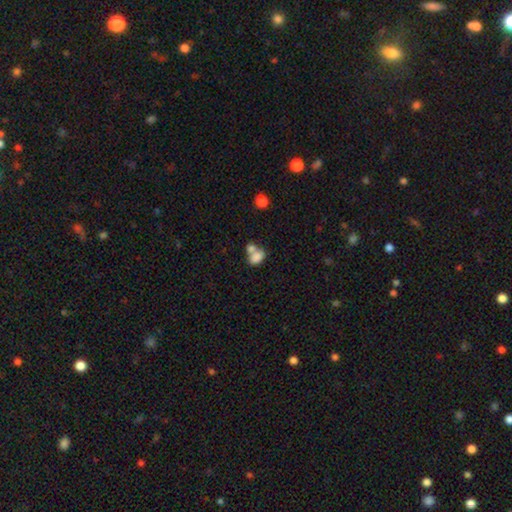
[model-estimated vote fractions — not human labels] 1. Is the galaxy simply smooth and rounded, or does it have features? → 79% smooth, 11% featured or disk, 9% star or artifact.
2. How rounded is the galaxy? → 81% in between, 17% round, 2% cigar-shaped.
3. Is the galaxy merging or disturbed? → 58% merger, 27% none, 9% minor disturbance, 5% major disturbance.